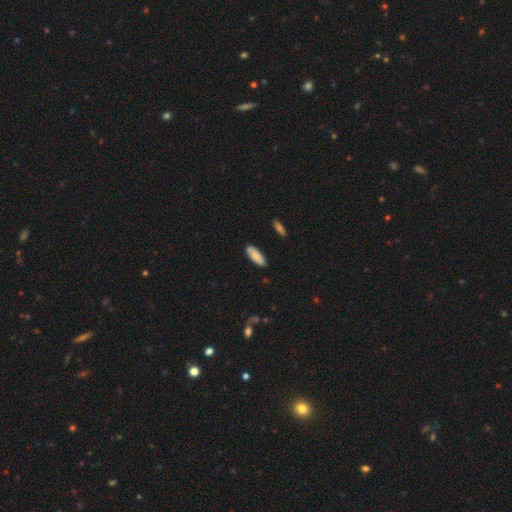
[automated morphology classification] This is clearly a smooth galaxy (83%). How rounded: likely in between (64%). Merging: clearly none (84%).